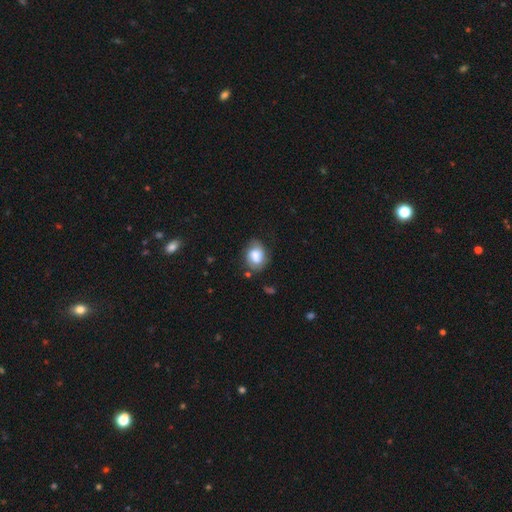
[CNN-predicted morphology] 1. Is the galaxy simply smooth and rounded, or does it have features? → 66% smooth, 25% featured or disk, 8% star or artifact.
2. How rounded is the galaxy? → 61% in between, 38% round, 1% cigar-shaped.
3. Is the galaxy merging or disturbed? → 62% none, 26% minor disturbance, 9% major disturbance, 3% merger.